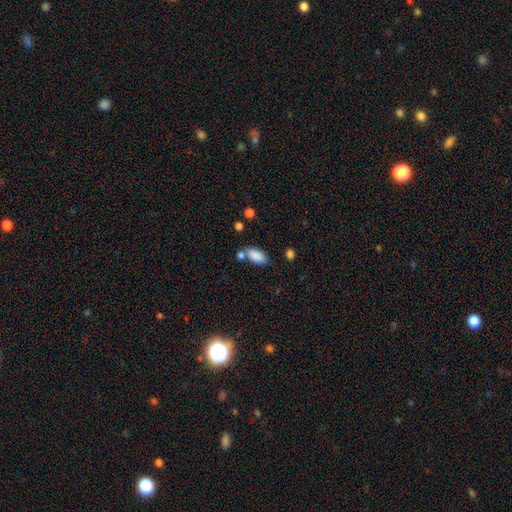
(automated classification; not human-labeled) This appears to be a smooth galaxy with no disk features (87%) that is in between round and cigar-shaped (91%). Merging: none (62%).